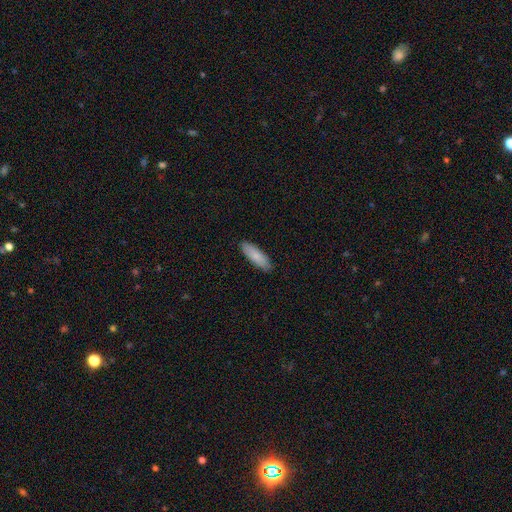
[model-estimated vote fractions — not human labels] Smooth or featured? Predicted: smooth (p=0.83). How rounded? Predicted: in between (p=0.54). Merging? Predicted: none (p=0.88).